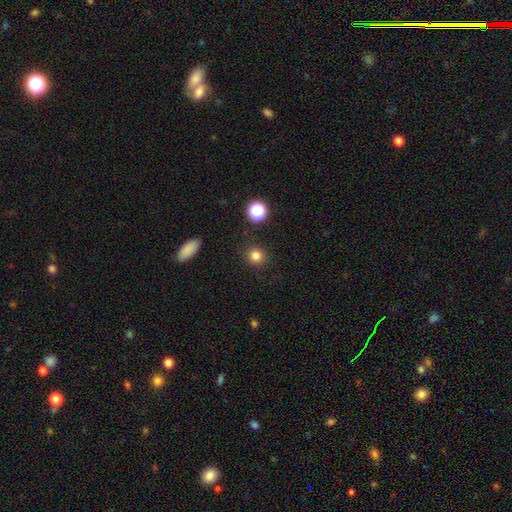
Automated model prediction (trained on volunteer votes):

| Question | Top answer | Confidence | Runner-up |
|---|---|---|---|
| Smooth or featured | smooth | 82% | star or artifact (13%) |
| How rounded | round | 89% | in between (10%) |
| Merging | none | 89% | minor disturbance (7%) |